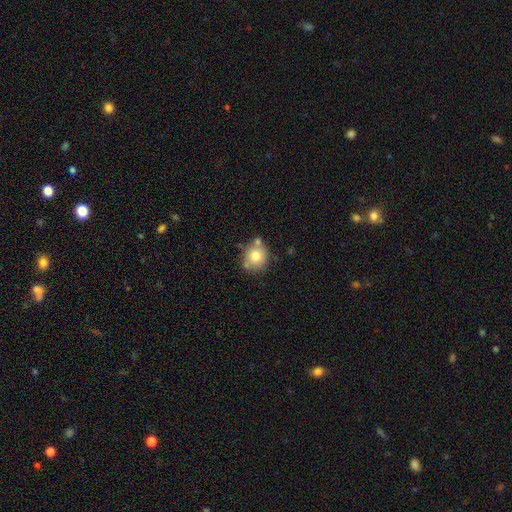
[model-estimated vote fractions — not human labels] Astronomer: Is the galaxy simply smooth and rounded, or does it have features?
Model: smooth — 75%.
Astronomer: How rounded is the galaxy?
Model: round — 83%.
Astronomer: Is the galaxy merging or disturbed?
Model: none — 60%.